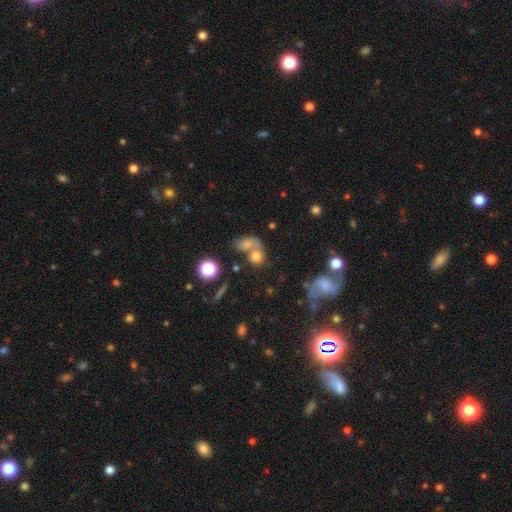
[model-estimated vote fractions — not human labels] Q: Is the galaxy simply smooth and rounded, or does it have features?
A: smooth — 52%.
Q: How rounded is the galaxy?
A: round — 54%.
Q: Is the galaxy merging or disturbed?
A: merger — 49%.